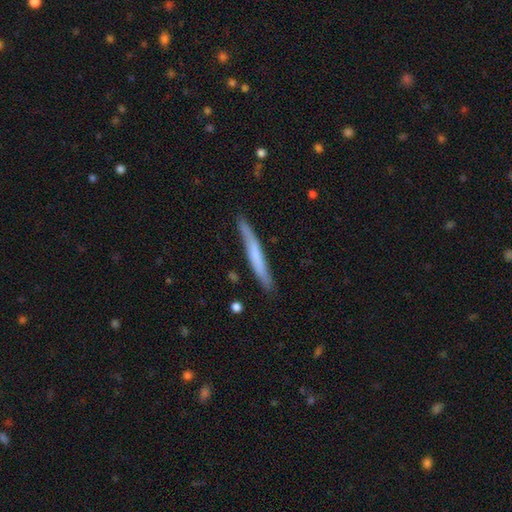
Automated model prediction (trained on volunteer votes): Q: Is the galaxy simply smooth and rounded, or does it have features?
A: smooth — 56%.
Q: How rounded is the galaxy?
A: cigar-shaped — 96%.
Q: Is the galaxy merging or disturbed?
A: none — 84%.